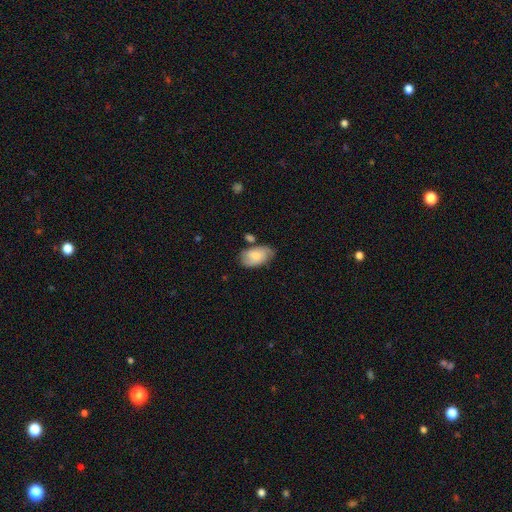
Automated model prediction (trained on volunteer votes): Smooth or featured?
  - smooth: 60% *
  - featured or disk: 33%
  - star or artifact: 7%
How rounded?
  - in between: 91% *
  - round: 7%
  - cigar-shaped: 2%
Merging?
  - none: 62% *
  - minor disturbance: 23%
  - merger: 9%
  - major disturbance: 6%